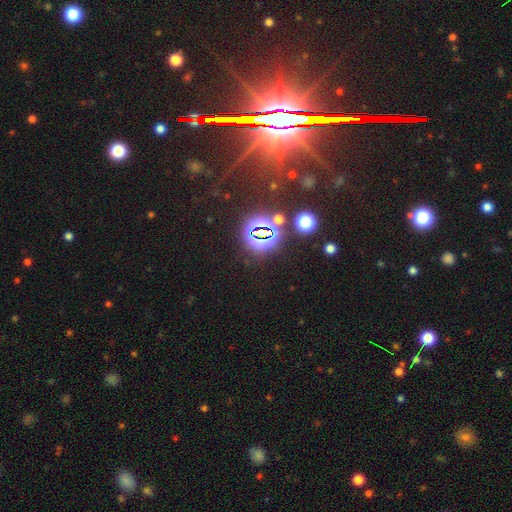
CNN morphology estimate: Overall: star or artifact (81%).